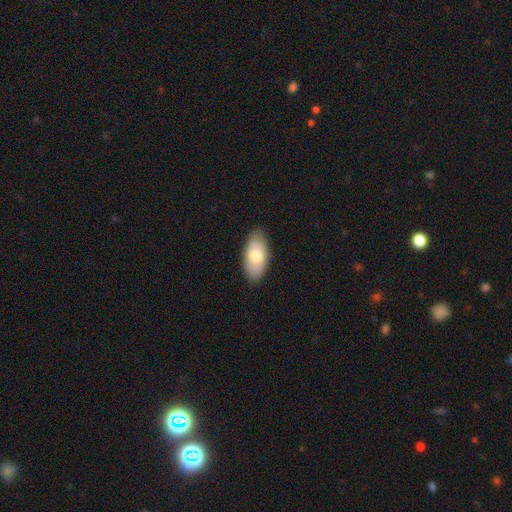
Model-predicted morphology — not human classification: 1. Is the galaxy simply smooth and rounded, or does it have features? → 74% smooth, 20% featured or disk, 6% star or artifact.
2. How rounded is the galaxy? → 92% in between, 5% cigar-shaped, 3% round.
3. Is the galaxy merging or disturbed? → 84% none, 12% minor disturbance, 2% major disturbance, 1% merger.